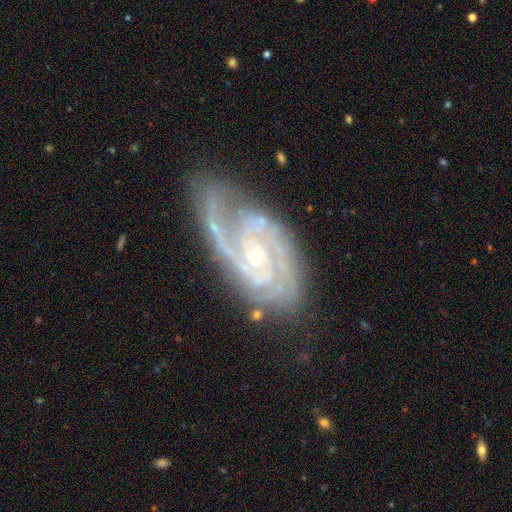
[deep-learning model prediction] This is clearly a featured or disk galaxy (91%). It is clearly not viewed edge-on (96%). Bar: likely no (62%). Spiral arm pattern: clearly yes (98%). Spiral arm count: marginally 2 (41%). Spiral winding: possibly tight (59%). Central bulge: likely small (72%). Merging: likely none (67%).